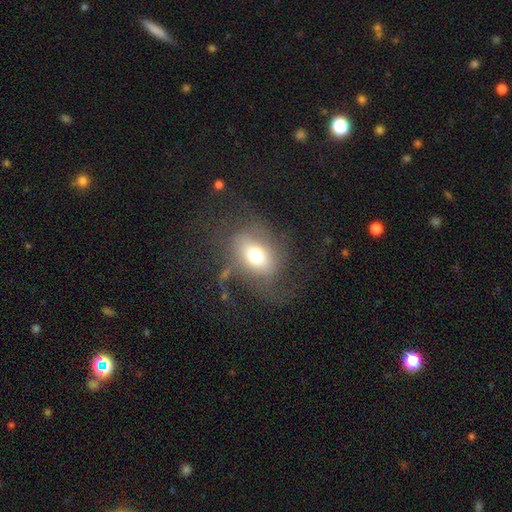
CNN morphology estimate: Smooth or featured: smooth — 60% (featured or disk — 29%)
How rounded: in between — 67% (round — 31%)
Merging: none — 44% (major disturbance — 33%)